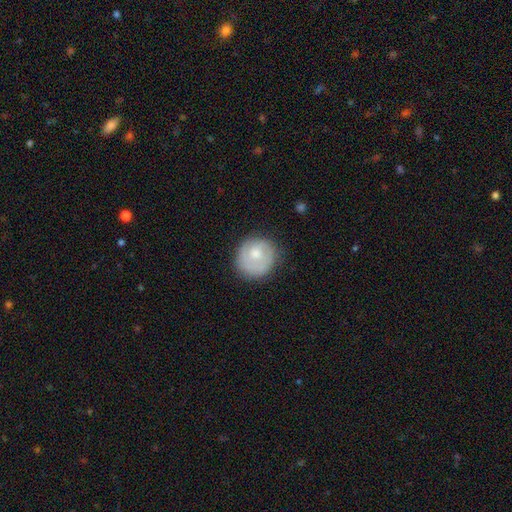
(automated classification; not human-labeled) A smooth galaxy with no disk features (59%) that is round (86%). Merging: none (71%).